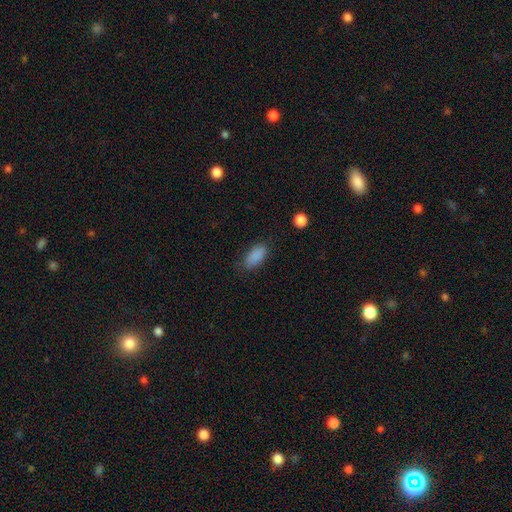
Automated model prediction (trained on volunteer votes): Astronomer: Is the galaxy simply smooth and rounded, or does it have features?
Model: smooth — 87%.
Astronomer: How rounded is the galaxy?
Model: in between — 90%.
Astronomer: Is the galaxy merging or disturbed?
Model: none — 77%.